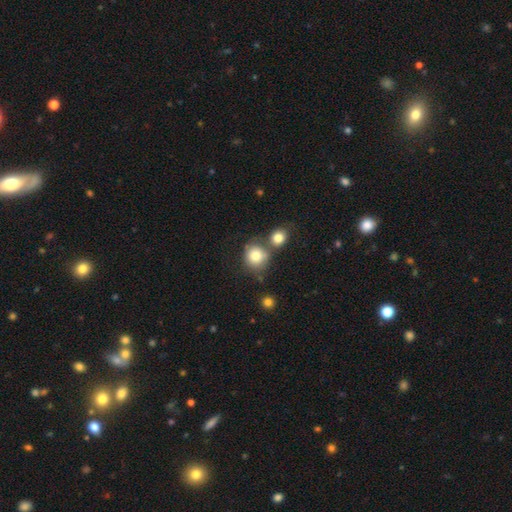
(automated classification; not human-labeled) Smooth or featured? Predicted: smooth (p=0.81). How rounded? Predicted: round (p=0.83). Merging? Predicted: none (p=0.54).